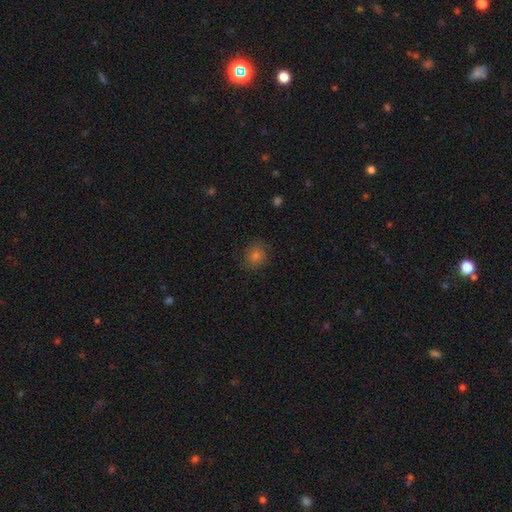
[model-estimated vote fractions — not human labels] Overall: smooth (75%). How rounded: round (82%). Merging: none (85%).